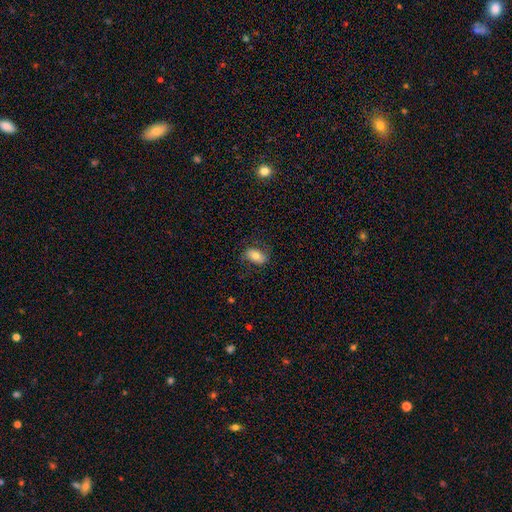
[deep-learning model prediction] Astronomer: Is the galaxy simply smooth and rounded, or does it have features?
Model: smooth — 74%.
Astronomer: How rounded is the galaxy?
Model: in between — 89%.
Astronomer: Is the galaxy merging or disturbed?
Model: none — 78%.